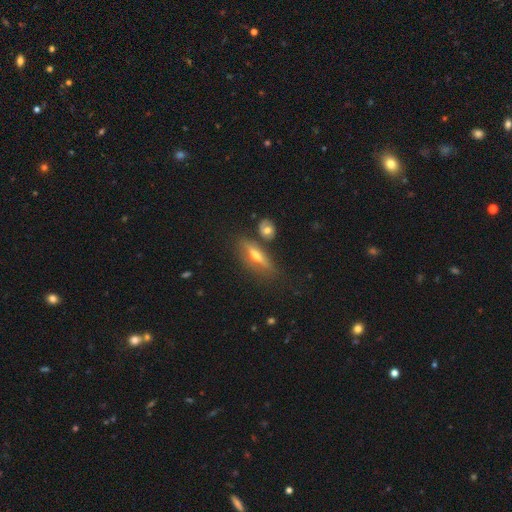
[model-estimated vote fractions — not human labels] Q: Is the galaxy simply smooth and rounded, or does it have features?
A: featured or disk — 56%.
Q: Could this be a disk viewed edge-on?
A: yes — 80%.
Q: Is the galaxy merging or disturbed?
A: none — 68%.